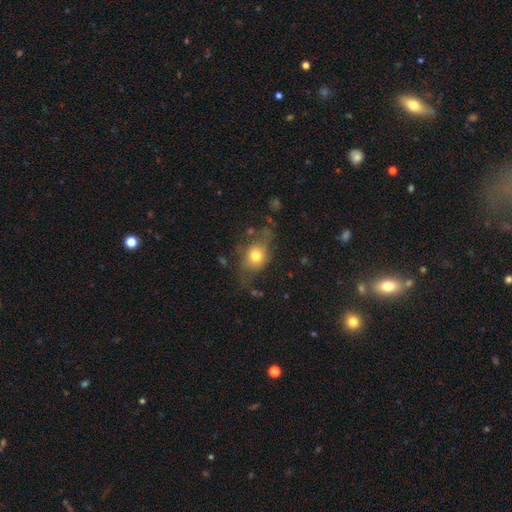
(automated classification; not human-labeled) Q: Smooth or featured?
A: smooth (67%); runner-up: featured or disk (23%)
Q: How rounded?
A: round (49%); runner-up: in between (48%)
Q: Merging?
A: none (46%); runner-up: minor disturbance (27%)